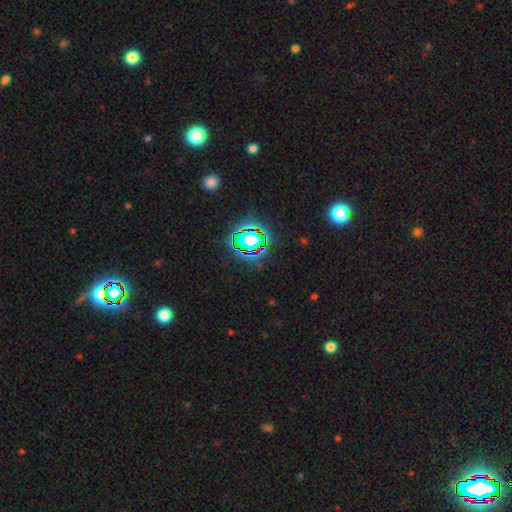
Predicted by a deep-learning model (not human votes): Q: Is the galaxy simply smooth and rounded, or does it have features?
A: star or artifact — 78%.